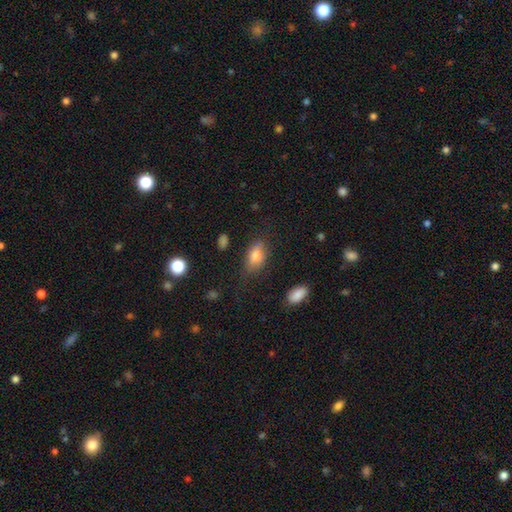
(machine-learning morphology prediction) A smooth galaxy with no disk features (81%) that is in between round and cigar-shaped (88%). Merging: none (74%).